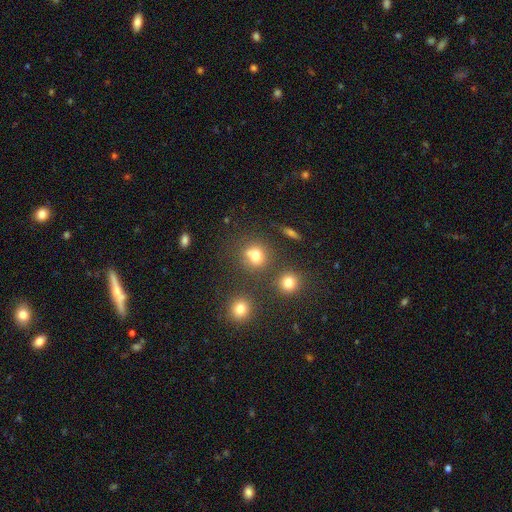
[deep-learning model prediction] Overall: smooth (72%). How rounded: round (81%). Merging: none (63%).